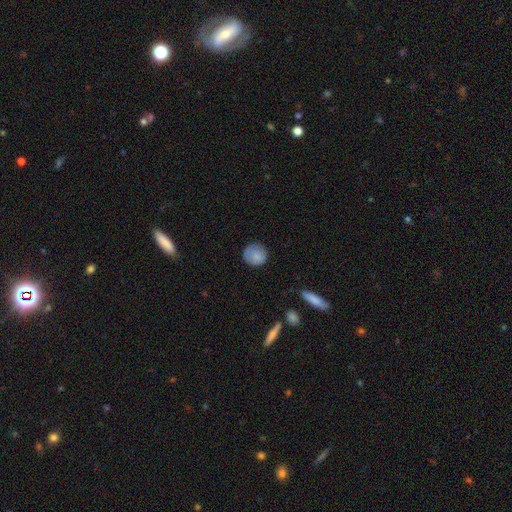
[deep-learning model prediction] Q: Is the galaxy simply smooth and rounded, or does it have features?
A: smooth — 83%.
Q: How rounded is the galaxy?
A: round — 89%.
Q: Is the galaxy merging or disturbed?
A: none — 78%.